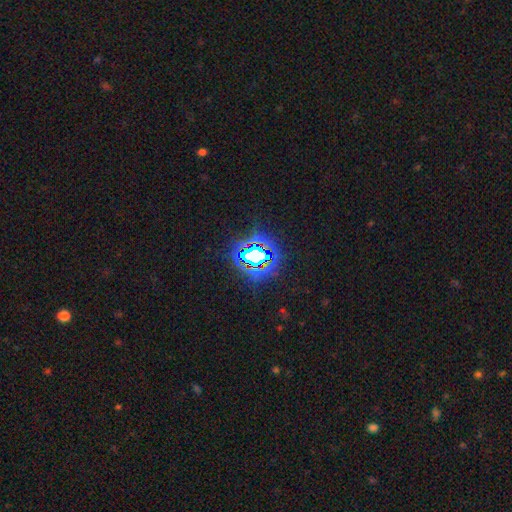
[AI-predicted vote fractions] smooth_or_featured: star or artifact (p=0.74) [alt: smooth p=0.15]